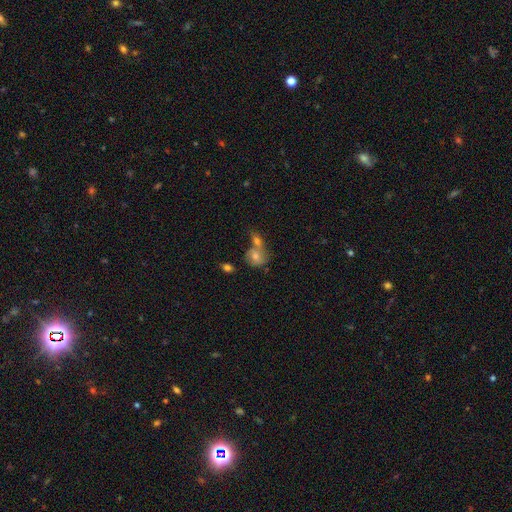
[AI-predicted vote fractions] smooth_or_featured: smooth (p=0.50) [alt: featured or disk p=0.34]
how_rounded: round (p=0.61) [alt: in between p=0.36]
merging: merger (p=0.47) [alt: none p=0.34]